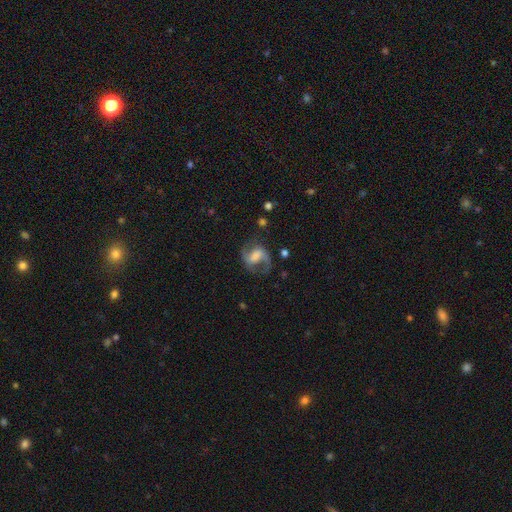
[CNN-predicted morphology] A featured or disk galaxy (75%) with a weak bar (45%), 2 (84%) medium (47%) spiral arms (91%) and a moderate central bulge (28%, tied with large). Merging: none (62%).